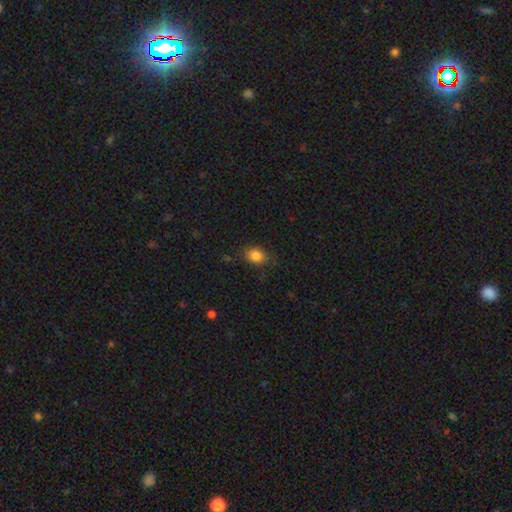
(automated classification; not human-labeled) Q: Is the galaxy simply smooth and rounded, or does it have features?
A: smooth — 84%.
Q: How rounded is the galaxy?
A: in between — 50%.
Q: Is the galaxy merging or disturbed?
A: none — 78%.